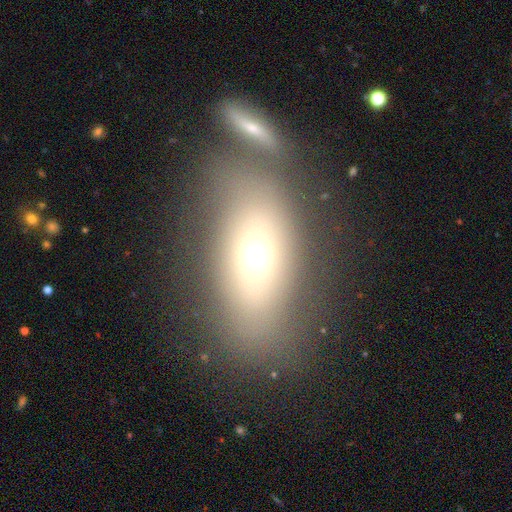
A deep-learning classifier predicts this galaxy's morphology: This appears to be a smooth galaxy with no disk features (62%) that is in between round and cigar-shaped (80%). Merging: none (57%).